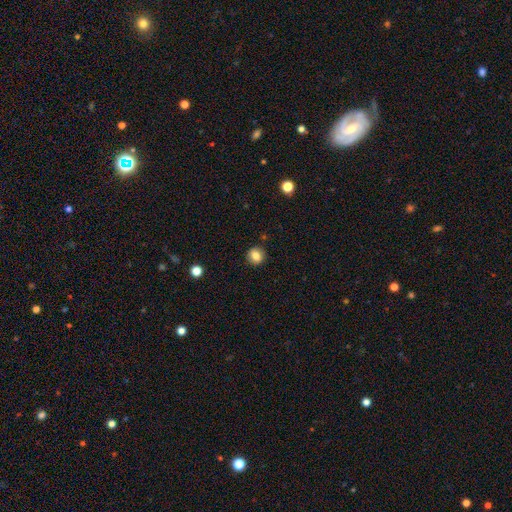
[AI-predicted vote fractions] The model was most divided on "how rounded": round: 78%, in between: 21%, cigar-shaped: 1%. More confident: merging — none (88%); smooth or featured — smooth (82%).